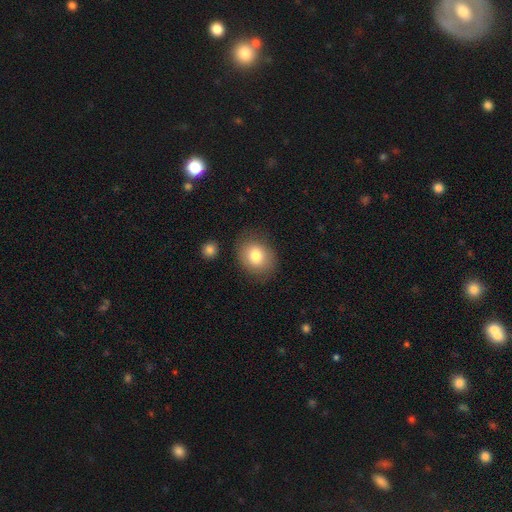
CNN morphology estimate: Smooth or featured? Predicted: smooth (p=0.78). How rounded? Predicted: round (p=0.56). Merging? Predicted: none (p=0.79).